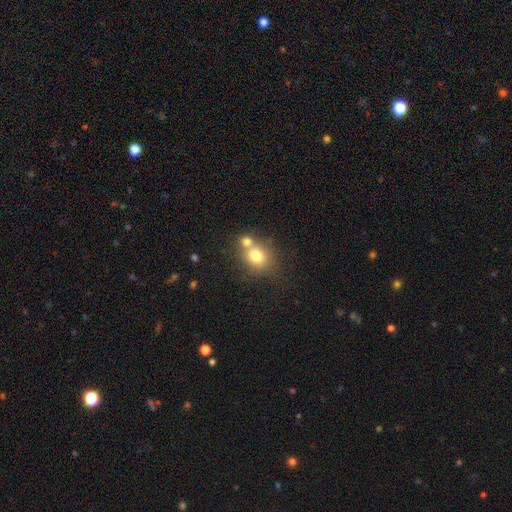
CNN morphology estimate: Smooth or featured: smooth — 75% (featured or disk — 14%)
How rounded: round — 70% (in between — 29%)
Merging: merger — 44% (none — 43%)